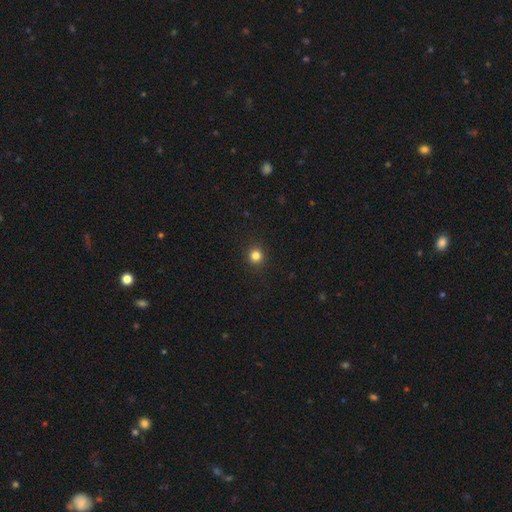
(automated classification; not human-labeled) Overall: smooth (82%). How rounded: round (92%). Merging: none (92%).